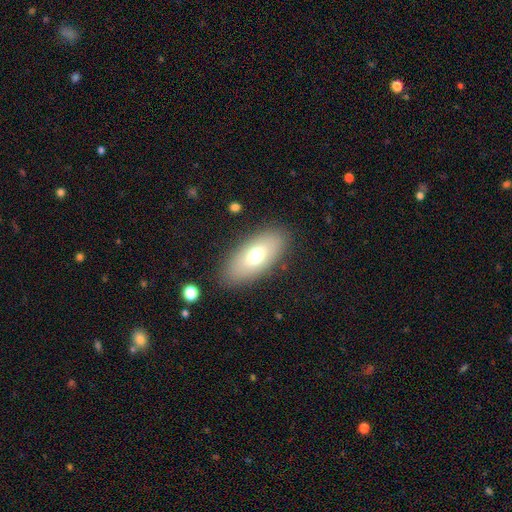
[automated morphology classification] Q: Smooth or featured?
A: smooth (68%); runner-up: featured or disk (24%)
Q: How rounded?
A: in between (88%); runner-up: cigar-shaped (8%)
Q: Merging?
A: none (85%); runner-up: minor disturbance (10%)